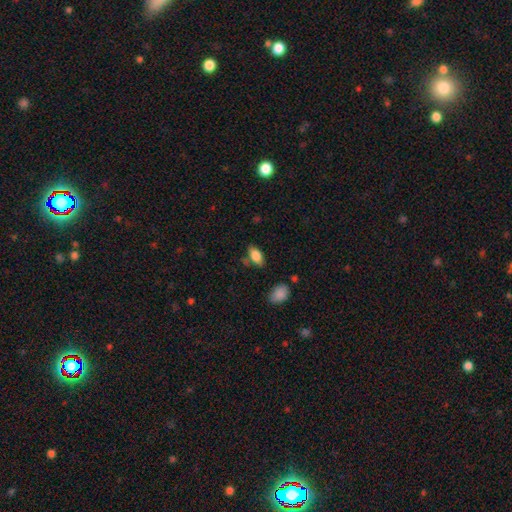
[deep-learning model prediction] A smooth galaxy with no disk features (85%) that is in between round and cigar-shaped (92%).

Vote fractions:
- Smooth or featured? smooth: 85% / star or artifact: 8% / featured or disk: 7%
- How rounded? in between: 92% / round: 5% / cigar-shaped: 4%
- Merging? none: 74% / minor disturbance: 17% / merger: 6% / major disturbance: 4%